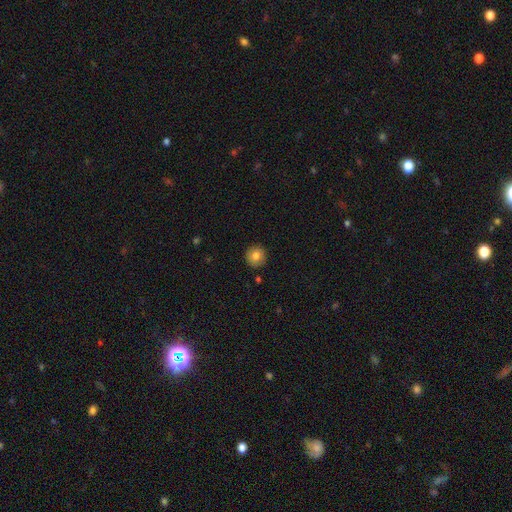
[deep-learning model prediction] This appears to be a smooth galaxy with no disk features (80%) that is round (94%). Merging: none (91%).